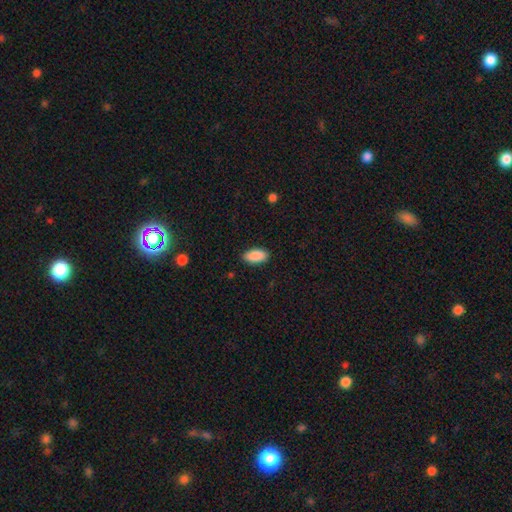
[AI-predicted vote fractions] Morphology: type=smooth (90%); roundness=in between (92%); merging=none (88%).